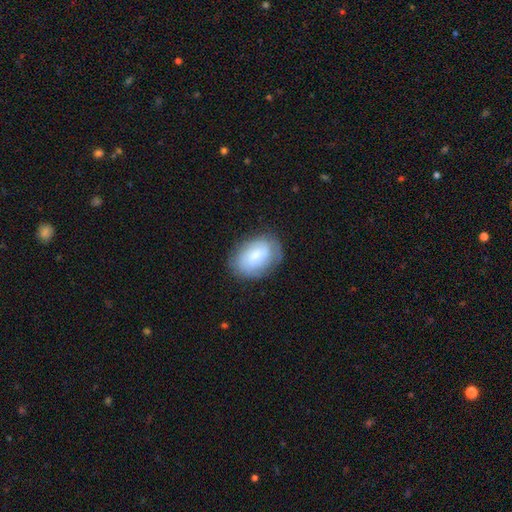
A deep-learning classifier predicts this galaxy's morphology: smooth_or_featured: smooth (p=0.63) [alt: featured or disk p=0.30]
how_rounded: in between (p=0.83) [alt: round p=0.15]
merging: none (p=0.73) [alt: minor disturbance p=0.20]